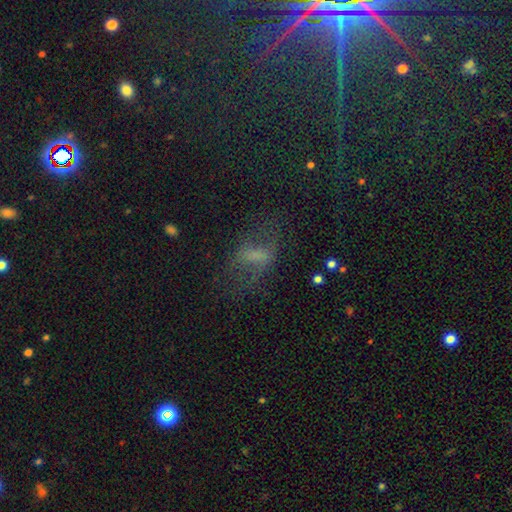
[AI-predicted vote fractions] This appears to be a smooth galaxy with no disk features (42%). Merging: none (46%).